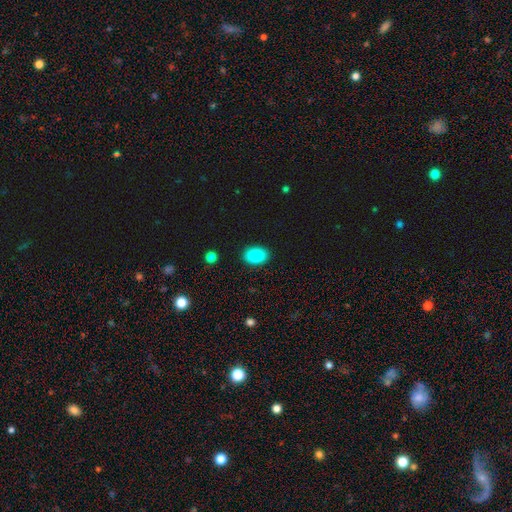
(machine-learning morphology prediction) This is clearly a smooth galaxy (89%). How rounded: clearly in between (86%). Merging: clearly none (89%).